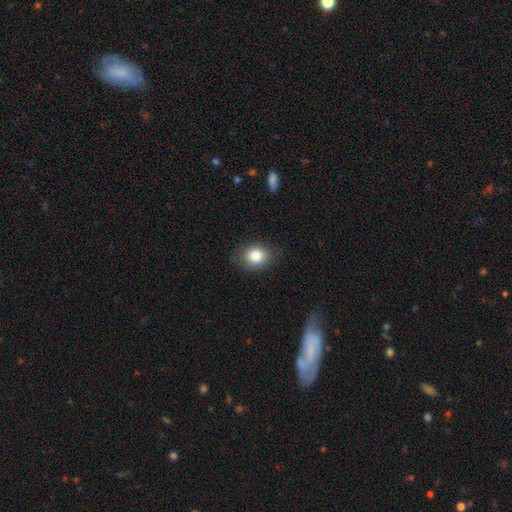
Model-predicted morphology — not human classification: This appears to be a smooth galaxy with no disk features (83%) that is round (56%). Merging: none (83%).